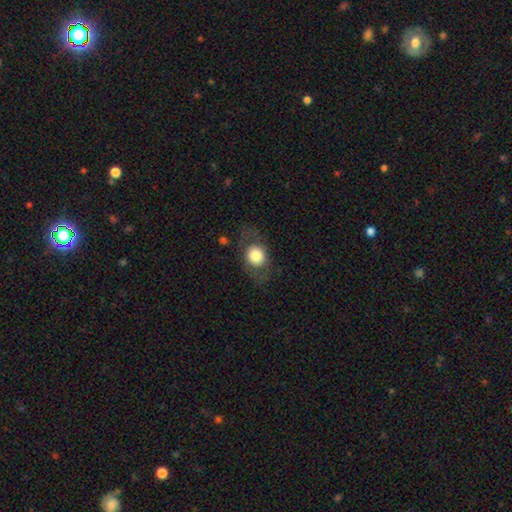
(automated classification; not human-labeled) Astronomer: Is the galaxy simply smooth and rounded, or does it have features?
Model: smooth — 73%.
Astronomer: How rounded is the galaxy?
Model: round — 55% (runner-up: in between, 44%).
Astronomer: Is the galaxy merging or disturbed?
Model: none — 76%.